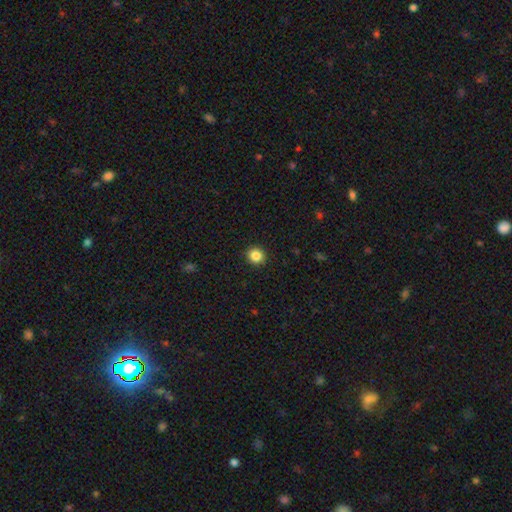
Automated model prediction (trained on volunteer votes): smooth-or-featured: smooth: 85% | star or artifact: 11% | featured or disk: 4%
  how-rounded: round: 91% | in between: 8% | cigar-shaped: 1%
  merging: none: 93% | minor disturbance: 5% | major disturbance: 2% | merger: 1%